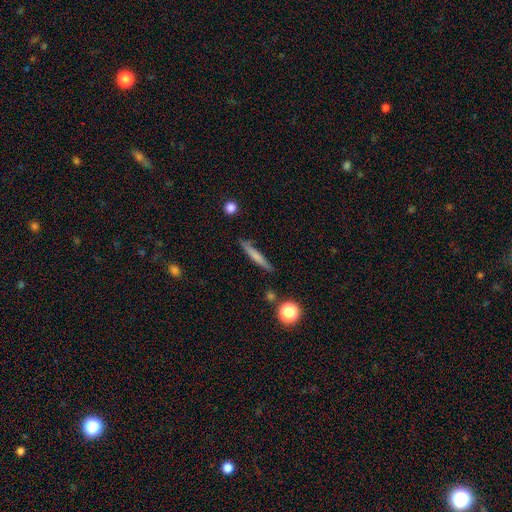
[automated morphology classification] This is likely a smooth galaxy (64%). How rounded: clearly cigar-shaped (93%). Merging: clearly none (84%).